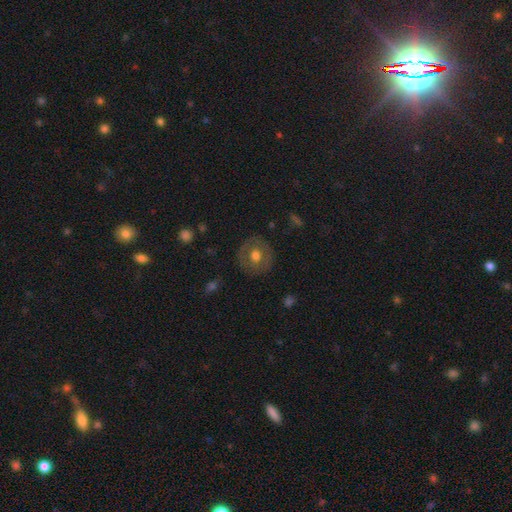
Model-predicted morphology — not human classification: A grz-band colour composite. It shows a smooth galaxy with no disk features (57%) that is round (86%). Merging: none (85%).